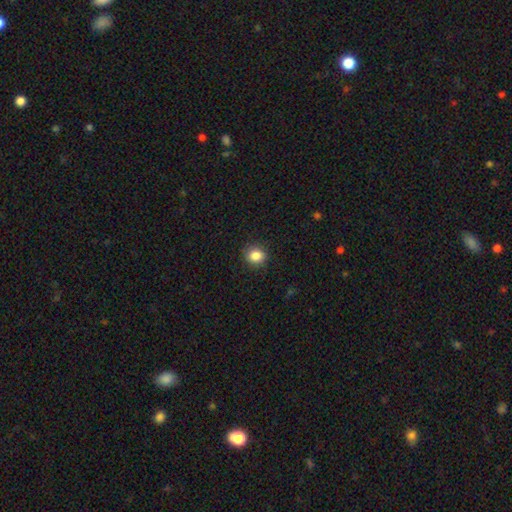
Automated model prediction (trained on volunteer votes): Smooth or featured? Predicted: smooth (p=0.85). How rounded? Predicted: round (p=0.80). Merging? Predicted: none (p=0.89).